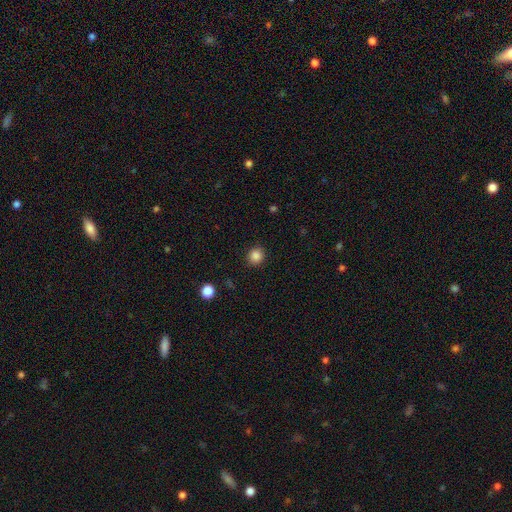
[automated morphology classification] type=smooth (86%); roundness=round (90%); merging=none (91%).